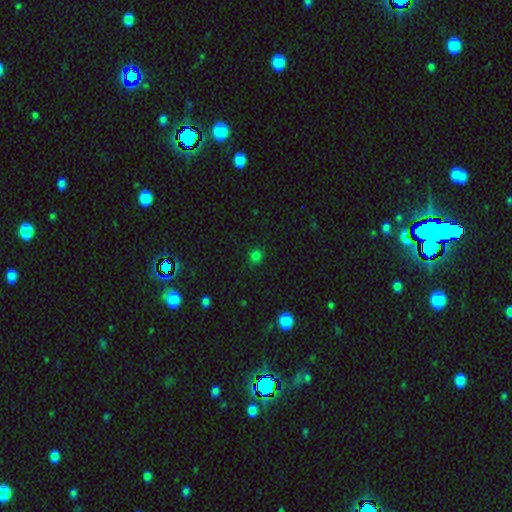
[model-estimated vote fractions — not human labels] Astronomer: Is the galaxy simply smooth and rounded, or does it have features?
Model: smooth — 74%.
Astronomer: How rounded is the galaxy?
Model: round — 75%.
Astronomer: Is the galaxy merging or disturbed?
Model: none — 84%.